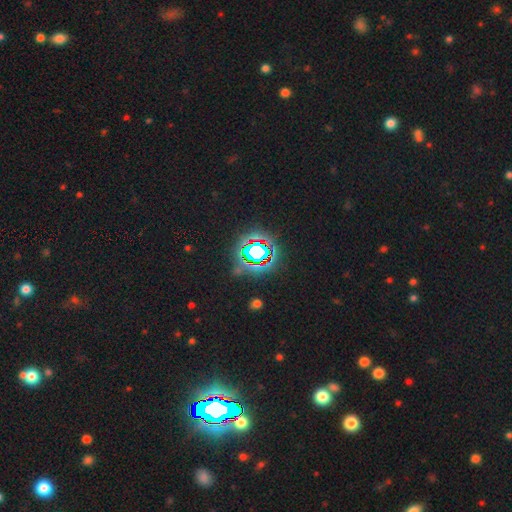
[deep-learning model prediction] smooth_or_featured: star or artifact (p=0.84) [alt: smooth p=0.10]